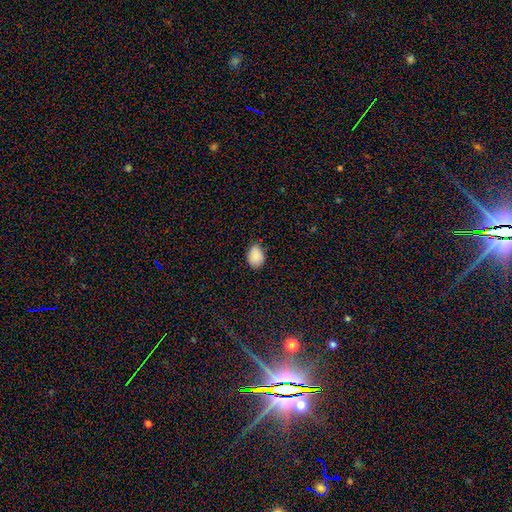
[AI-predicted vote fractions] Q: Smooth or featured?
A: smooth (89%); runner-up: star or artifact (8%)
Q: How rounded?
A: in between (71%); runner-up: round (28%)
Q: Merging?
A: none (79%); runner-up: minor disturbance (17%)